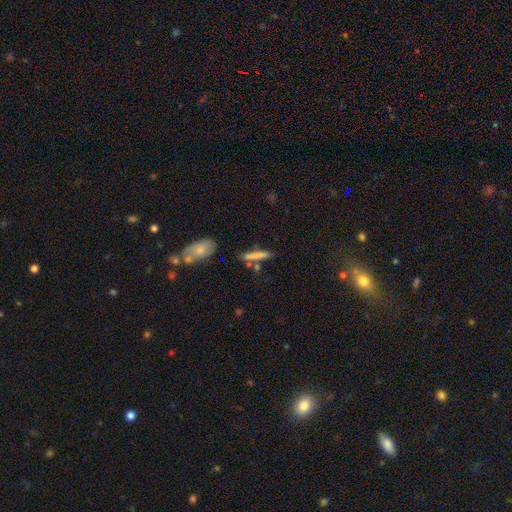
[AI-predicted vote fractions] smooth_or_featured: smooth (p=0.74) [alt: featured or disk p=0.19]
how_rounded: cigar-shaped (p=0.88) [alt: in between p=0.10]
merging: none (p=0.71) [alt: minor disturbance p=0.14]